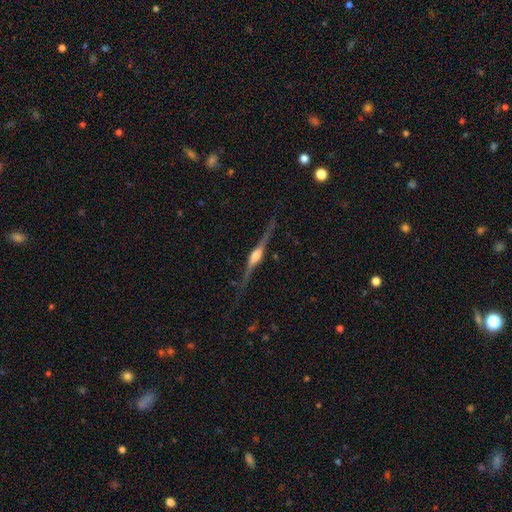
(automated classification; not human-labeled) Smooth or featured: featured or disk — 85% (smooth — 9%)
Edge-on disk: yes — 98% (no — 2%)
Edge-on bulge: rounded — 88% (boxy — 9%)
Merging: none — 84% (minor disturbance — 12%)